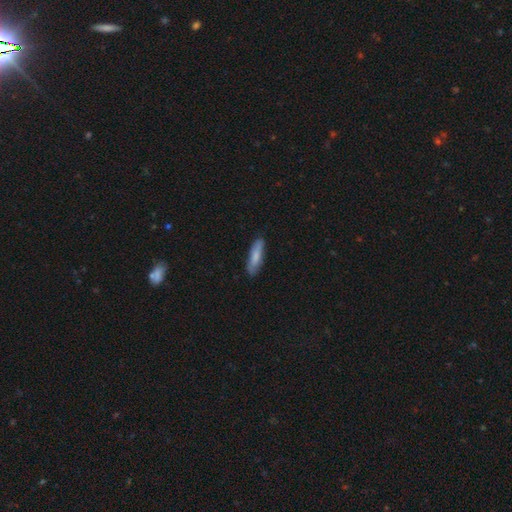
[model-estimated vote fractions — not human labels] Morphology: type=smooth (77%); roundness=cigar-shaped (68%); merging=none (81%).